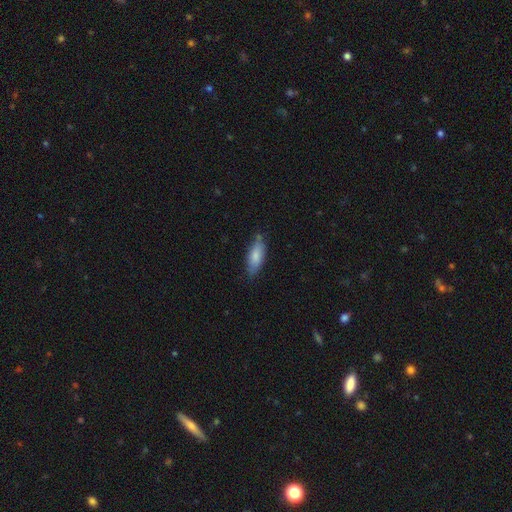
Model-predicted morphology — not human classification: smooth_or_featured: smooth (p=0.81) [alt: featured or disk p=0.13]
how_rounded: in between (p=0.74) [alt: cigar-shaped p=0.24]
merging: none (p=0.71) [alt: minor disturbance p=0.21]